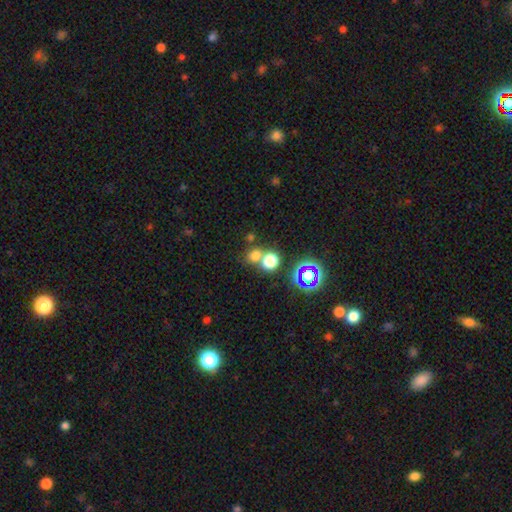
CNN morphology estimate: The model was most divided on "merging": none: 55%, merger: 34%, minor disturbance: 7%, major disturbance: 3%. More confident: how rounded — round (78%); smooth or featured — smooth (69%).